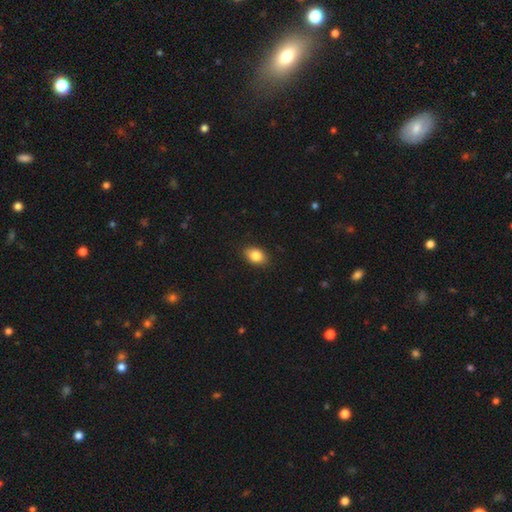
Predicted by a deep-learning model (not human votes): Smooth or featured?
  - smooth: 85% *
  - star or artifact: 8%
  - featured or disk: 7%
How rounded?
  - in between: 81% *
  - round: 17%
  - cigar-shaped: 1%
Merging?
  - none: 88% *
  - minor disturbance: 9%
  - major disturbance: 2%
  - merger: 1%